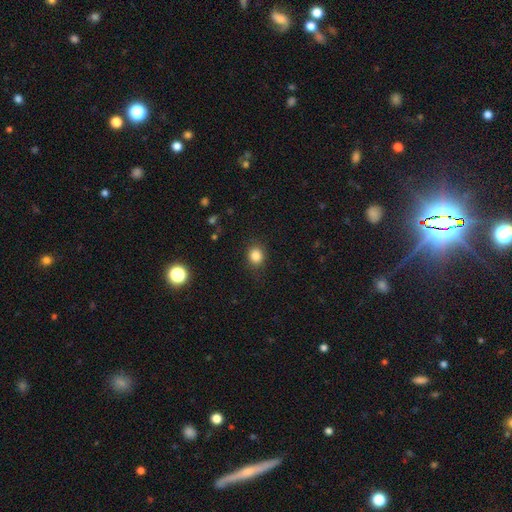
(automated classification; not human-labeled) smooth_or_featured: smooth (p=0.84) [alt: star or artifact p=0.12]
how_rounded: round (p=0.74) [alt: in between p=0.25]
merging: none (p=0.85) [alt: minor disturbance p=0.10]